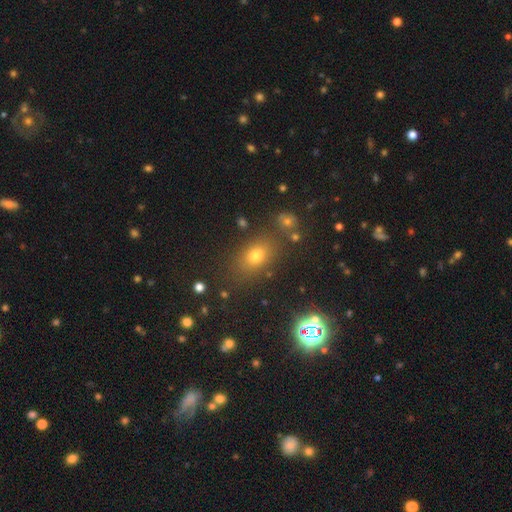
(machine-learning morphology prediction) Smooth or featured?
  - smooth: 59% *
  - star or artifact: 31%
  - featured or disk: 10%
How rounded?
  - in between: 62% *
  - round: 35%
  - cigar-shaped: 3%
Merging?
  - none: 80% *
  - minor disturbance: 10%
  - merger: 6%
  - major disturbance: 4%